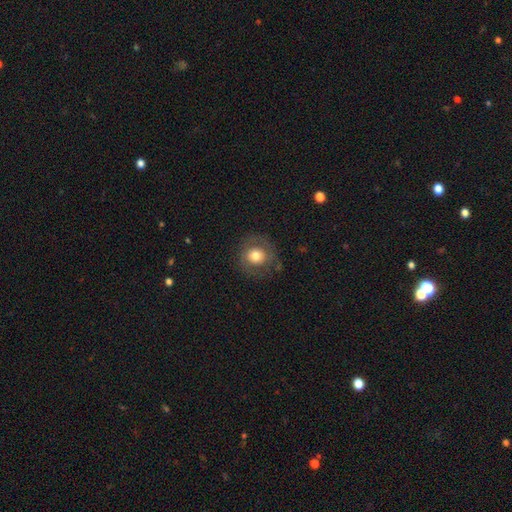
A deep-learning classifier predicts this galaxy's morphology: Q: Smooth or featured?
A: smooth (61%); runner-up: featured or disk (30%)
Q: How rounded?
A: round (87%); runner-up: in between (12%)
Q: Merging?
A: none (75%); runner-up: minor disturbance (15%)